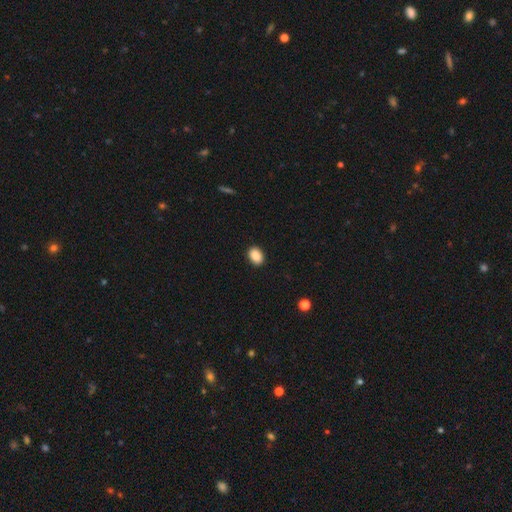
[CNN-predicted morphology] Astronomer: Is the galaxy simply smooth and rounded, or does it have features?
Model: smooth — 89%.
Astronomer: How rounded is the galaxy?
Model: in between — 77%.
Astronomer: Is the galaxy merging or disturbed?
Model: none — 91%.